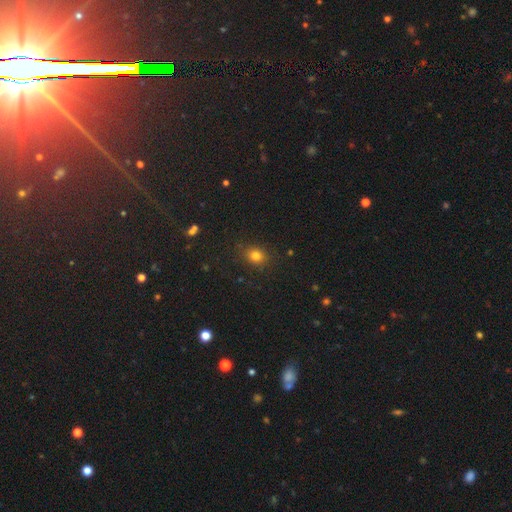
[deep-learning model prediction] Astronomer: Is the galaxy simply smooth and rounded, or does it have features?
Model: smooth — 80%.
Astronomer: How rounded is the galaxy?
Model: round — 61% (runner-up: in between, 38%).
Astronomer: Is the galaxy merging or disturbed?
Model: none — 84%.